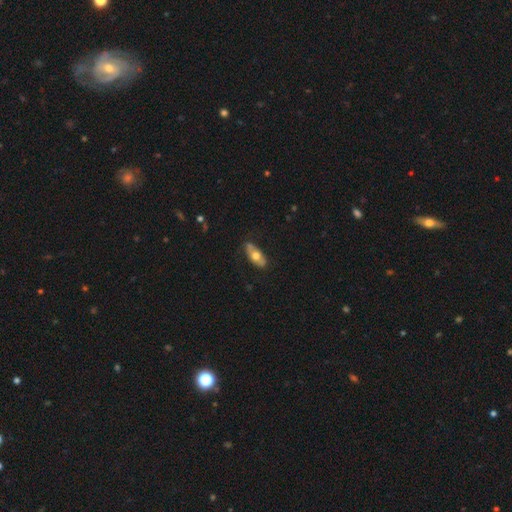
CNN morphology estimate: smooth_or_featured: smooth (p=0.55) [alt: featured or disk p=0.40]
how_rounded: in between (p=0.79) [alt: cigar-shaped p=0.17]
merging: none (p=0.78) [alt: minor disturbance p=0.17]